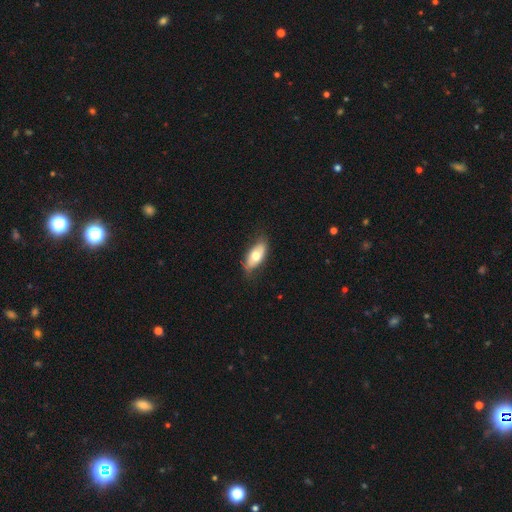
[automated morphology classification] This appears to be a smooth galaxy with no disk features (62%) that is in between round and cigar-shaped (88%). Merging: none (76%).